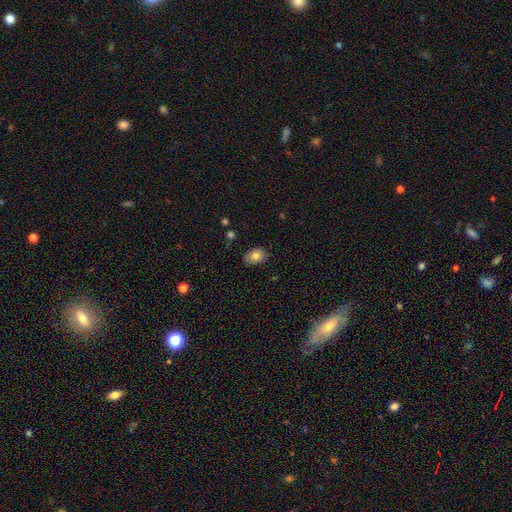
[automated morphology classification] This is clearly a smooth galaxy (83%). How rounded: likely in between (79%). Merging: likely none (79%).